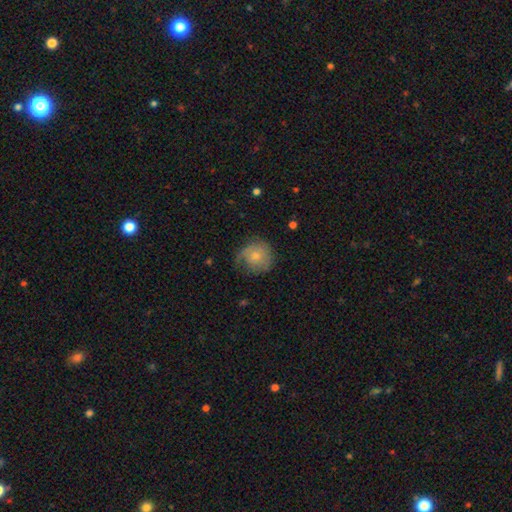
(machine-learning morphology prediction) Smooth or featured?
  - smooth: 61% *
  - featured or disk: 32%
  - star or artifact: 8%
How rounded?
  - round: 86% *
  - in between: 13%
  - cigar-shaped: 1%
Merging?
  - none: 52% *
  - minor disturbance: 30%
  - major disturbance: 16%
  - merger: 2%